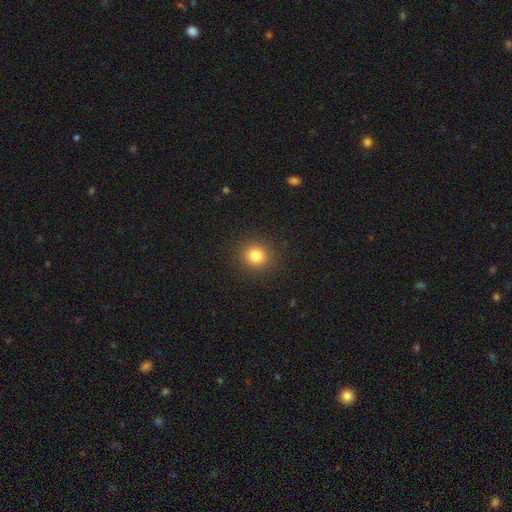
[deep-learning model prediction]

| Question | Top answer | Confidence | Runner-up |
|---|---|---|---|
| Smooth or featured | smooth | 81% | star or artifact (13%) |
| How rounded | round | 90% | in between (9%) |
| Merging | none | 91% | minor disturbance (6%) |